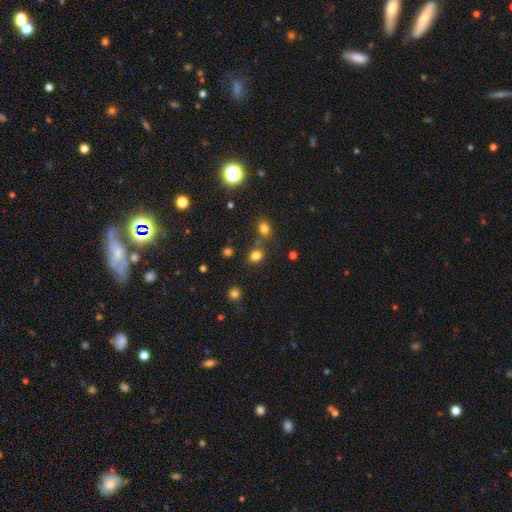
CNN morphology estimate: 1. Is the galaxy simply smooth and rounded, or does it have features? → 77% smooth, 17% star or artifact, 6% featured or disk.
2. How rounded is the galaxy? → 53% in between, 46% round, 1% cigar-shaped.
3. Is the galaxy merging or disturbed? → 67% none, 16% merger, 12% minor disturbance, 5% major disturbance.